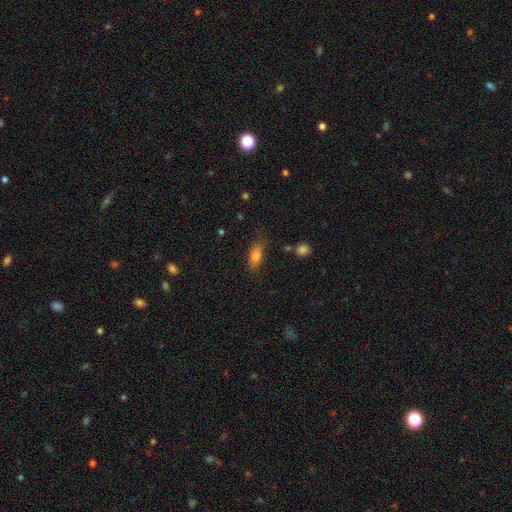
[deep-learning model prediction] smooth 78%, featured or disk 13%, star or artifact 9%. Down the decision tree: how rounded — in between (77%); merging — none (75%).